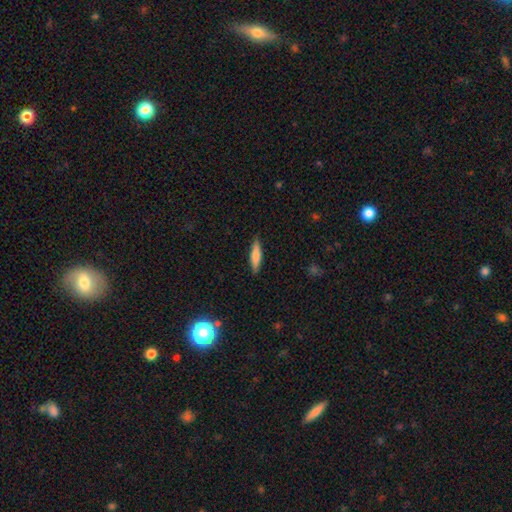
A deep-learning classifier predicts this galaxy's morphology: smooth 76%, featured or disk 18%, star or artifact 6%. Down the decision tree: how rounded — cigar-shaped (76%); merging — none (88%).